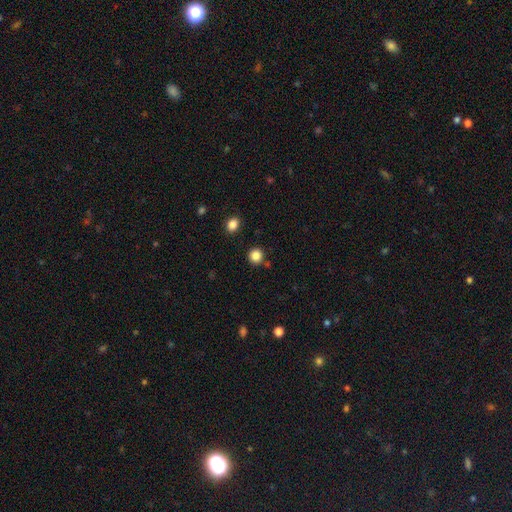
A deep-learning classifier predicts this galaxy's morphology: smooth-or-featured: smooth: 85% | star or artifact: 11% | featured or disk: 4%
  how-rounded: round: 91% | in between: 8% | cigar-shaped: 1%
  merging: none: 87% | minor disturbance: 7% | merger: 4% | major disturbance: 2%